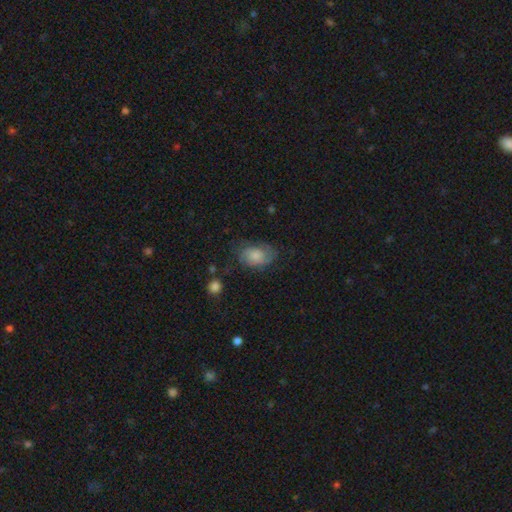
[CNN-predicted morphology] smooth-or-featured: smooth: 57% | featured or disk: 34% | star or artifact: 9%
  how-rounded: in between: 83% | round: 15% | cigar-shaped: 1%
  merging: none: 57% | minor disturbance: 27% | major disturbance: 14% | merger: 2%